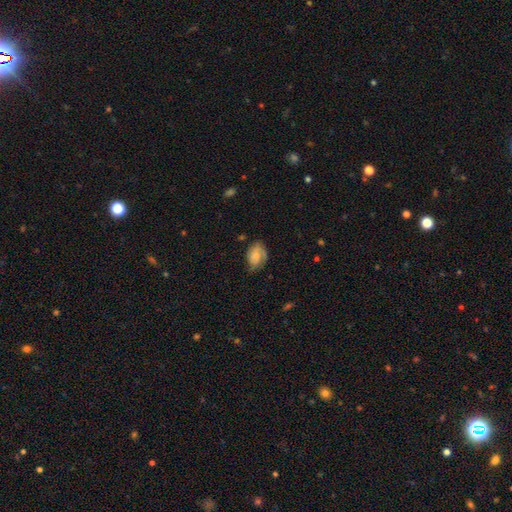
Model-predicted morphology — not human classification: A smooth galaxy with no disk features (55%) that is in between round and cigar-shaped (81%). Merging: none (60%).